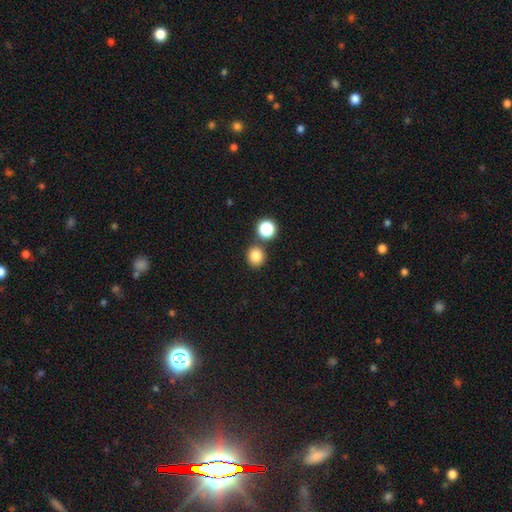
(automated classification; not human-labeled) Overall: smooth (82%). How rounded: round (86%). Merging: none (80%).